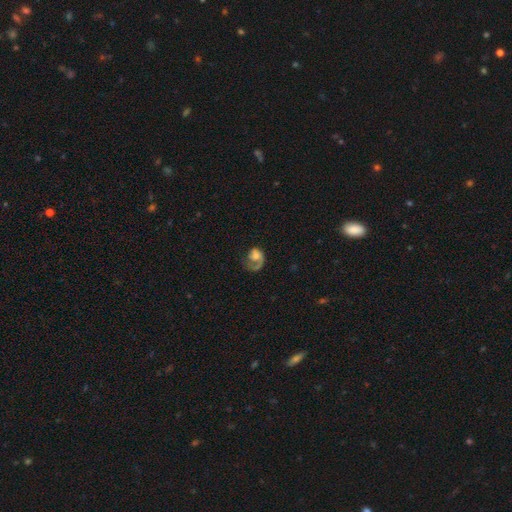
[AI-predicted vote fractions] Smooth or featured? featured or disk (61%)
Edge-on disk? no (98%)
Bar? no (78%)
Spiral arms? yes (84%)
Bulge size? moderate (47%)
Merging? major disturbance (41%)